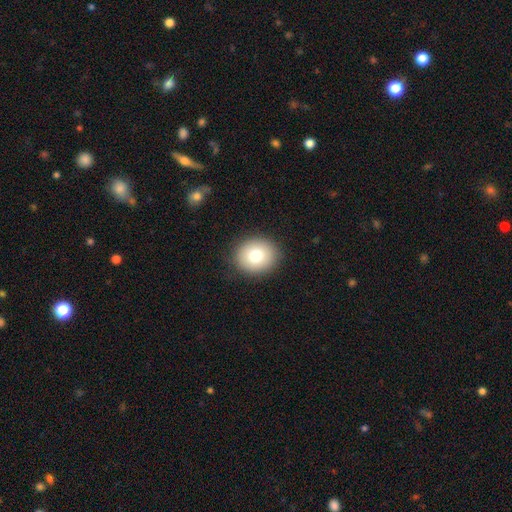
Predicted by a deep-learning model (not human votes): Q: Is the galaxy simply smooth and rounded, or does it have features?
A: smooth — 77%.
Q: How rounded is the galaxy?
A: round — 72%.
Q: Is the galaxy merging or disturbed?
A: none — 89%.